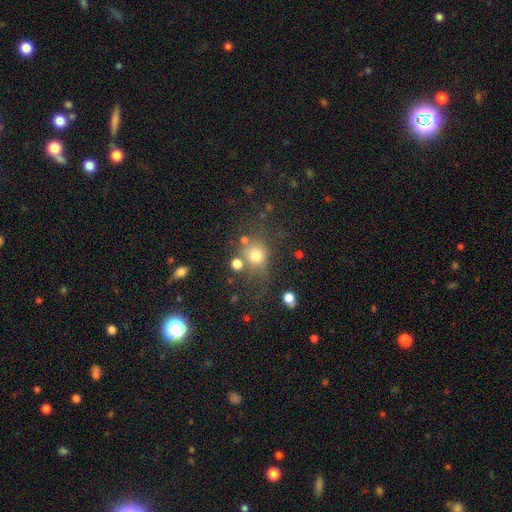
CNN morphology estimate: A smooth galaxy with no disk features (72%) that is round (78%). Merging: none (58%).